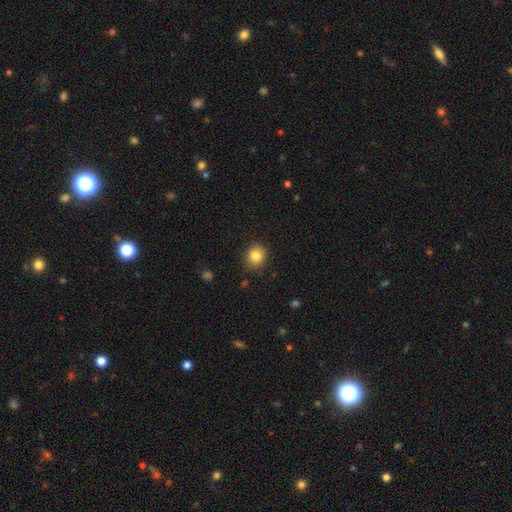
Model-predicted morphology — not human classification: A smooth galaxy with no disk features (84%) that is round (74%).

Vote fractions:
- Smooth or featured? smooth: 84% / star or artifact: 10% / featured or disk: 6%
- How rounded? round: 74% / in between: 25% / cigar-shaped: 1%
- Merging? none: 86% / minor disturbance: 10% / major disturbance: 2% / merger: 1%